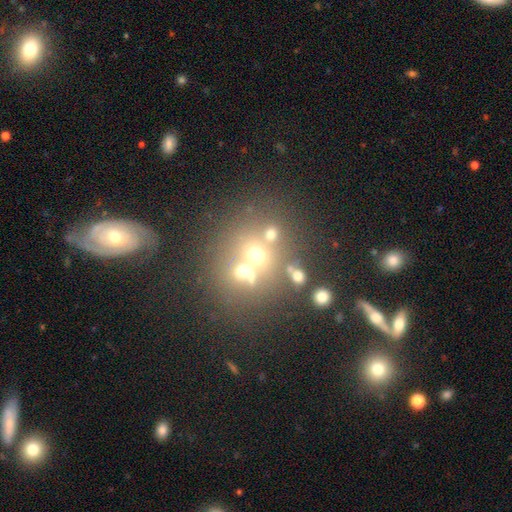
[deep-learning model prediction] Overall: smooth (52%; star or artifact 26%). How rounded: round (80%). Merging: none (48%; merger 37%).